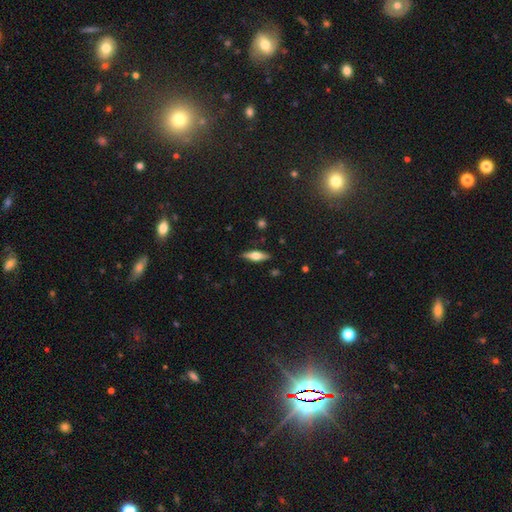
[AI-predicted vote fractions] Q: Smooth or featured?
A: featured or disk (48%); runner-up: smooth (45%)
Q: Merging?
A: none (88%); runner-up: minor disturbance (9%)